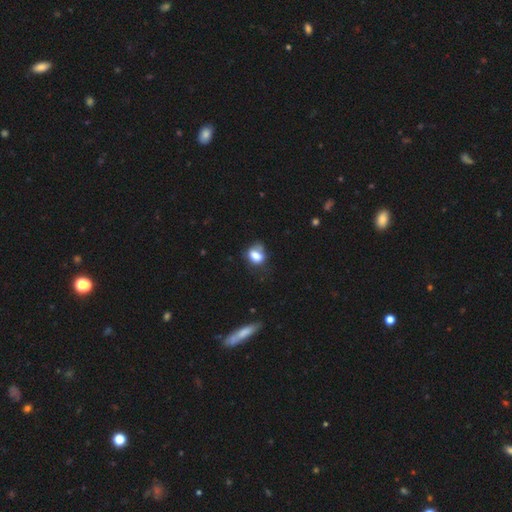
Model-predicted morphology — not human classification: This is likely a smooth galaxy (77%). How rounded: likely in between (67%). Merging: marginally none (44%).